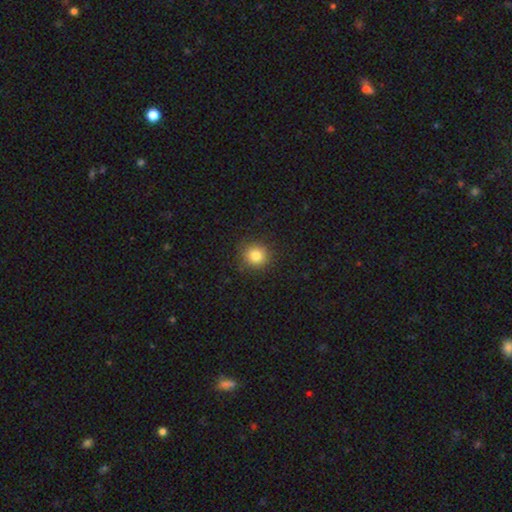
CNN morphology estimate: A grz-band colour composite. It shows a smooth galaxy with no disk features (83%) that is round (92%). Merging: none (88%).